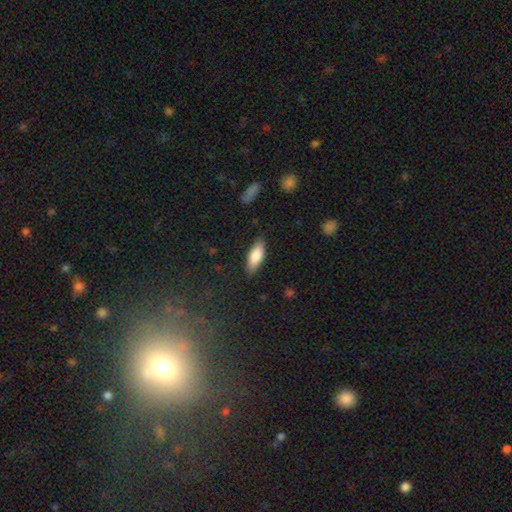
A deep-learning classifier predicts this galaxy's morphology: type=smooth (82%); roundness=in between (68%); merging=none (84%).